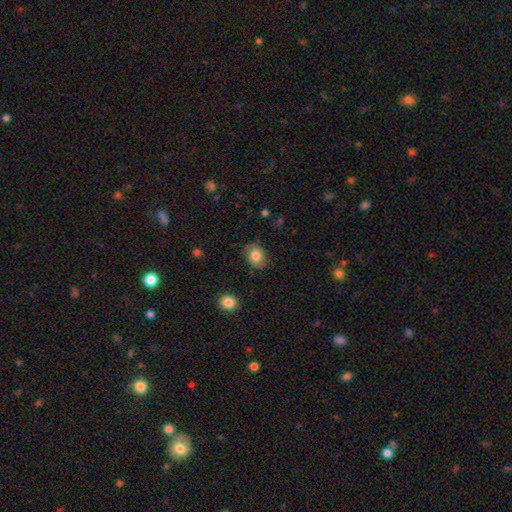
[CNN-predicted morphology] Smooth or featured?
  - smooth: 78% *
  - featured or disk: 13%
  - star or artifact: 8%
How rounded?
  - in between: 55% *
  - round: 44%
  - cigar-shaped: 1%
Merging?
  - none: 78% *
  - minor disturbance: 16%
  - major disturbance: 5%
  - merger: 1%